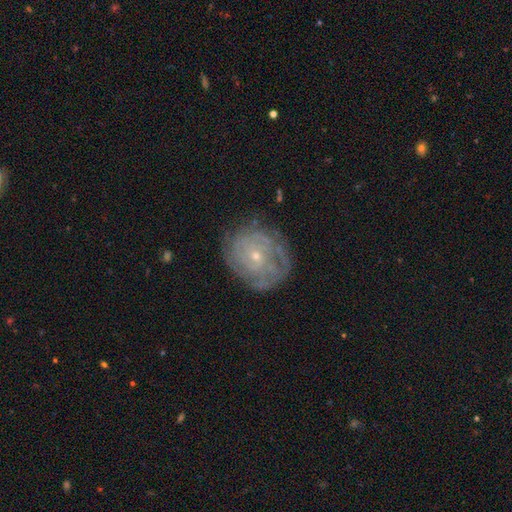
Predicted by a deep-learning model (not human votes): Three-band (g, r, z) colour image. It shows a featured or disk galaxy (76%) with no bar (77%), tight (76%) spiral arms (86%) and a small central bulge (76%). Merging: none (74%).